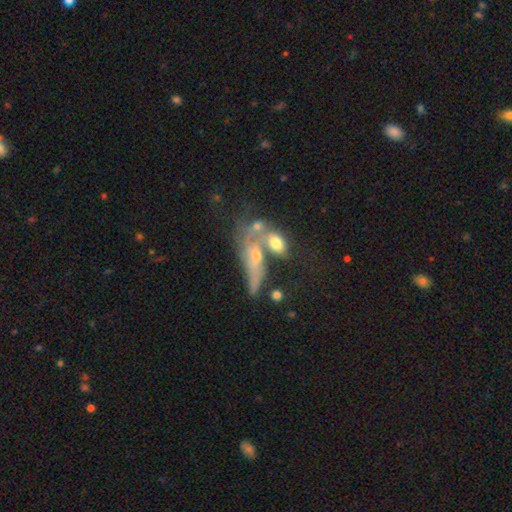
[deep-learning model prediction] Smooth or featured: featured or disk — 52% (smooth — 37%)
Edge-on disk: no — 75% (yes — 25%)
Merging: merger — 50% (none — 21%)